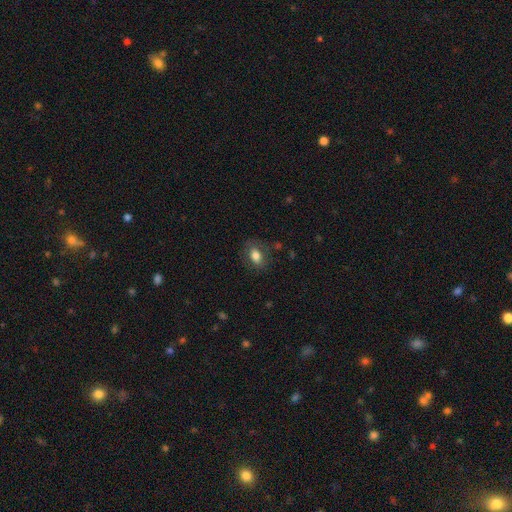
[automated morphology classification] Smooth or featured: smooth — 76% (featured or disk — 16%)
How rounded: in between — 82% (round — 17%)
Merging: none — 75% (minor disturbance — 16%)